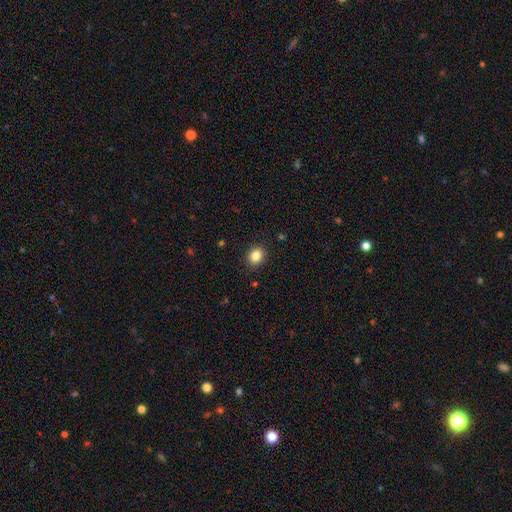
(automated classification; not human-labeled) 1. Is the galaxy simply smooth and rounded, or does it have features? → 84% smooth, 10% star or artifact, 5% featured or disk.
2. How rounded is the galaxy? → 53% in between, 46% round, 1% cigar-shaped.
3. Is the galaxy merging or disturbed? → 88% none, 8% minor disturbance, 2% major disturbance, 1% merger.